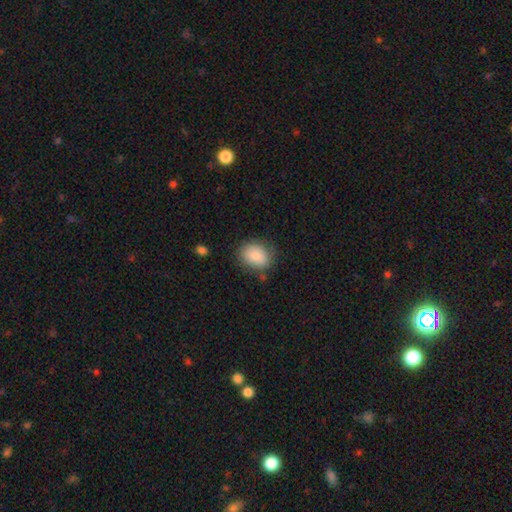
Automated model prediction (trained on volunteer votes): smooth_or_featured: smooth (p=0.85) [alt: featured or disk p=0.08]
how_rounded: in between (p=0.61) [alt: round p=0.38]
merging: none (p=0.76) [alt: minor disturbance p=0.17]